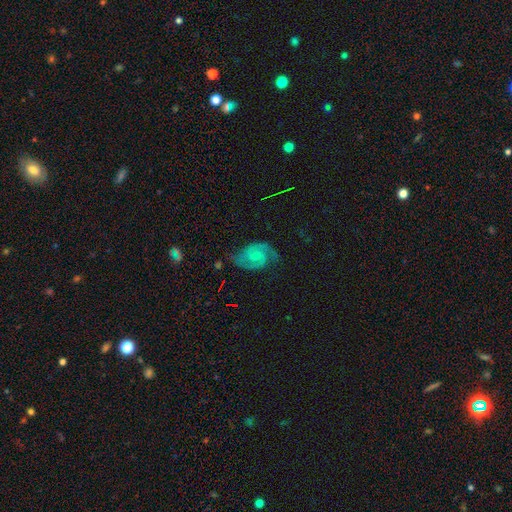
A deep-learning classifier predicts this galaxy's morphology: This is clearly a featured or disk galaxy (86%). It is clearly not viewed edge-on (98%). Bar: possibly no (57%). Spiral arm pattern: clearly yes (97%). Spiral arm count: clearly 2 (91%). Spiral winding: possibly medium (54%). Central bulge: possibly small (54%). Merging: likely none (69%).